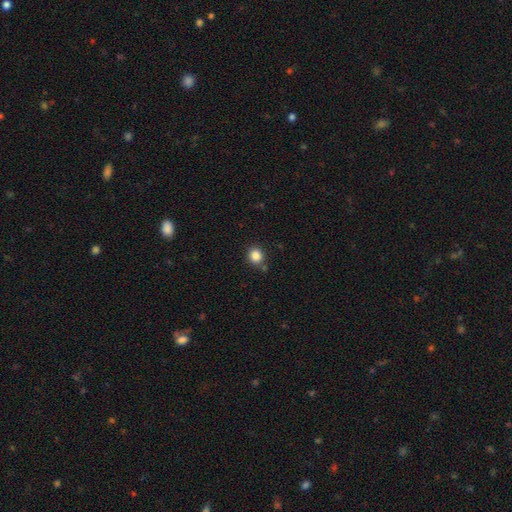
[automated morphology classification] This appears to be a smooth galaxy with no disk features (85%) that is round (81%). Merging: none (81%).